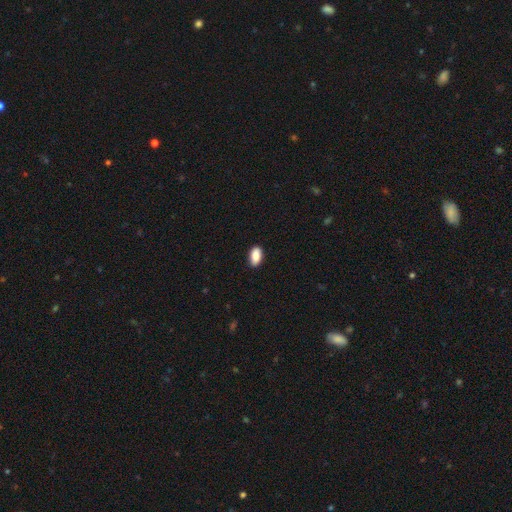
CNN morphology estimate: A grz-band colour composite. It shows a smooth galaxy with no disk features (88%) that is in between round and cigar-shaped (92%). Merging: none (87%).